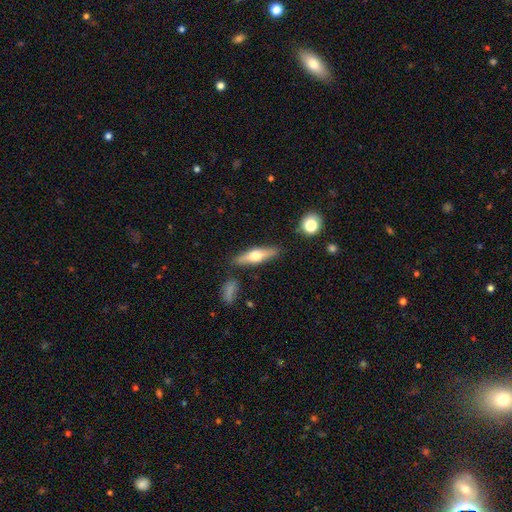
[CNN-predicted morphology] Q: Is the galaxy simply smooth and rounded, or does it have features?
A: featured or disk — 52%.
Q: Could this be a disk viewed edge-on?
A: yes — 92%.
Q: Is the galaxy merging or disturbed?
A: none — 83%.